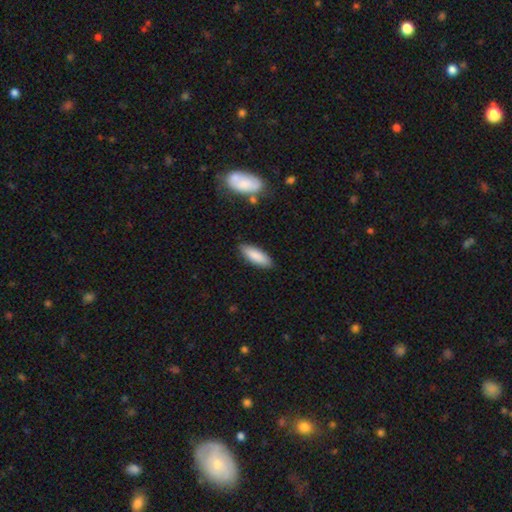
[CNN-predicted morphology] Smooth or featured? smooth (86%)
How rounded? in between (58%)
Merging? none (86%)